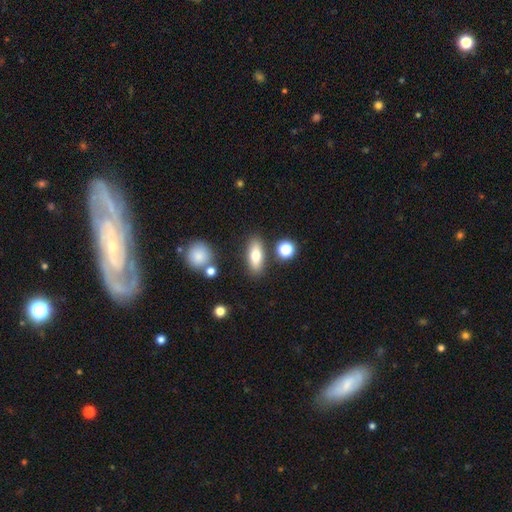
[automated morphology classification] smooth-or-featured: smooth: 71% | featured or disk: 21% | star or artifact: 8%
  how-rounded: in between: 68% | cigar-shaped: 27% | round: 5%
  merging: none: 81% | minor disturbance: 10% | merger: 6% | major disturbance: 3%